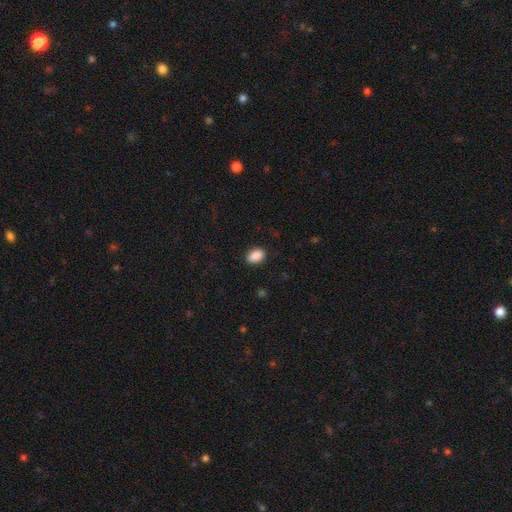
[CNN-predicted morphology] smooth 90%, star or artifact 8%, featured or disk 3%. Down the decision tree: how rounded — in between (83%); merging — none (89%).